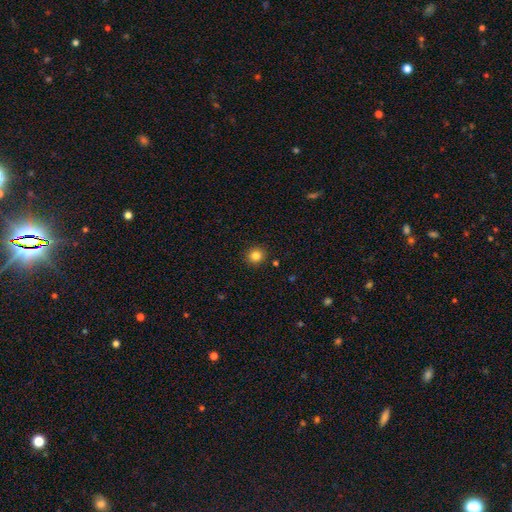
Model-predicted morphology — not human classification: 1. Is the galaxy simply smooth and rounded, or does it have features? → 84% smooth, 11% star or artifact, 5% featured or disk.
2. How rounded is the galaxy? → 89% round, 10% in between, 1% cigar-shaped.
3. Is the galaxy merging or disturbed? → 91% none, 6% minor disturbance, 2% major disturbance, 1% merger.